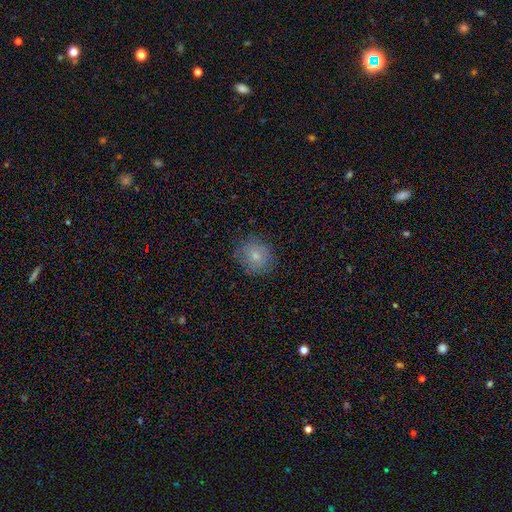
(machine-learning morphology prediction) Smooth or featured: smooth — 76% (featured or disk — 15%)
How rounded: round — 81% (in between — 19%)
Merging: none — 80% (minor disturbance — 15%)